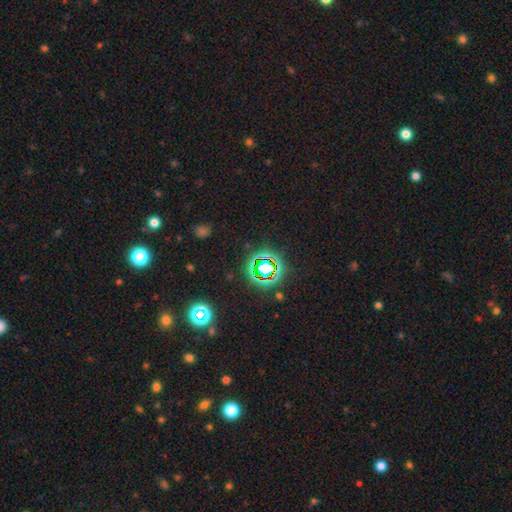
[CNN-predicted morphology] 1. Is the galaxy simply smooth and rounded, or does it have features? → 77% star or artifact, 16% smooth, 8% featured or disk.